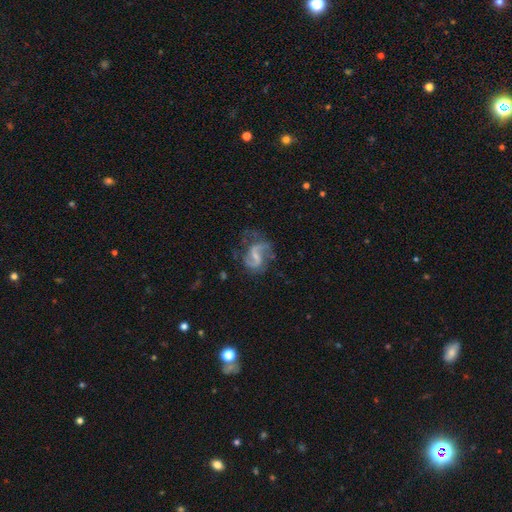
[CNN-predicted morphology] A featured or disk galaxy (86%) with a weak bar (54%), 2 (88%) medium (46%) spiral arms (94%) and a small central bulge (54%). Merging: none (56%).